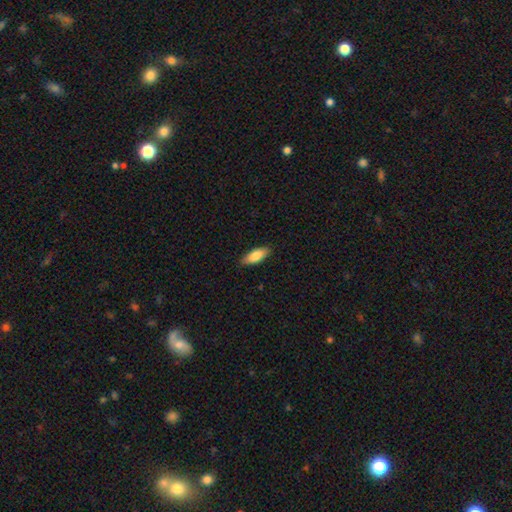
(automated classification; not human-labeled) Smooth or featured? Predicted: smooth (p=0.81). How rounded? Predicted: in between (p=0.74). Merging? Predicted: none (p=0.88).